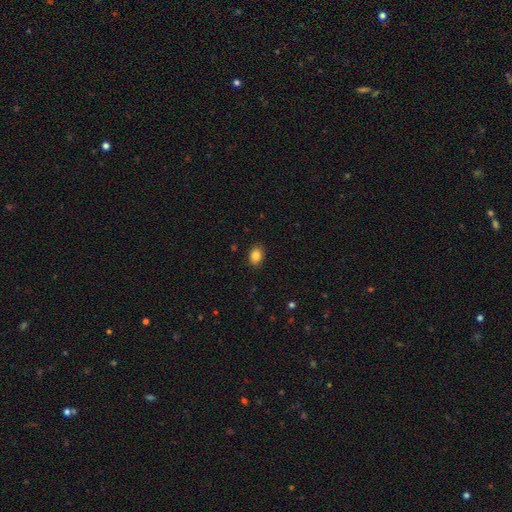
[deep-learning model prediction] smooth-or-featured: smooth: 86% | star or artifact: 9% | featured or disk: 5%
  how-rounded: in between: 75% | round: 24% | cigar-shaped: 1%
  merging: none: 89% | minor disturbance: 8% | major disturbance: 2% | merger: 1%